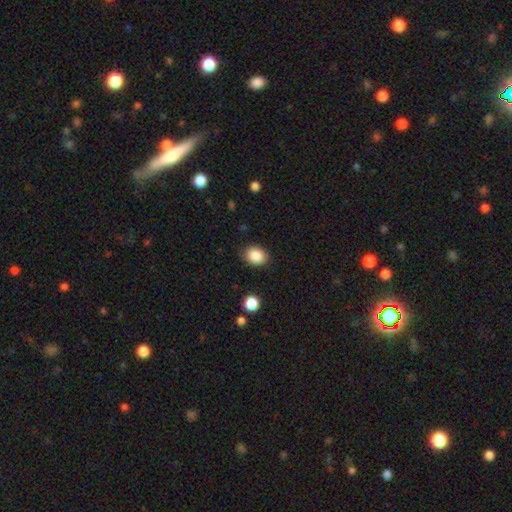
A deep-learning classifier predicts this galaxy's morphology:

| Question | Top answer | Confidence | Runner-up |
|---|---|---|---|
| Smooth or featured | smooth | 87% | star or artifact (9%) |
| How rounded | round | 53% | in between (46%) |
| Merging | none | 85% | minor disturbance (11%) |